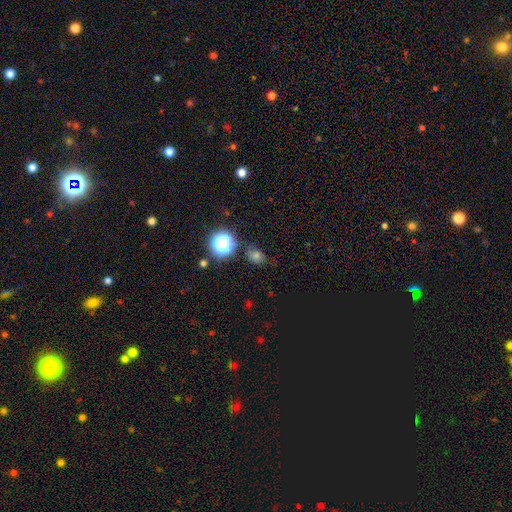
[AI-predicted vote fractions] smooth-or-featured: smooth: 58% | star or artifact: 34% | featured or disk: 8%
  how-rounded: round: 64% | in between: 35% | cigar-shaped: 1%
  merging: none: 78% | minor disturbance: 13% | major disturbance: 4% | merger: 4%